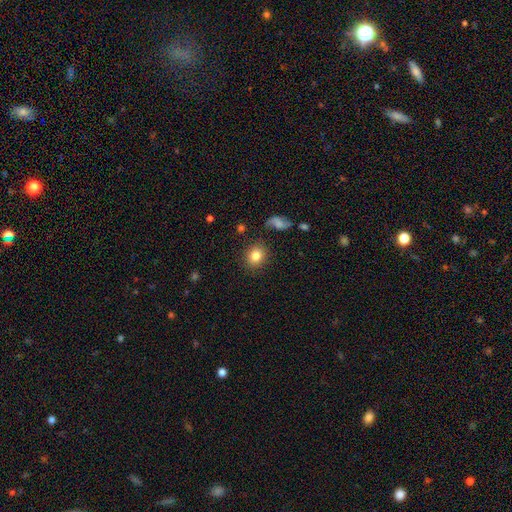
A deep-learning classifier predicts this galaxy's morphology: This appears to be a smooth galaxy with no disk features (83%) that is round (70%). Merging: none (85%).